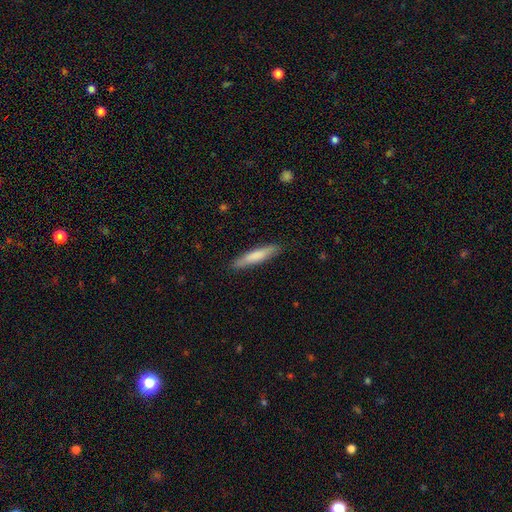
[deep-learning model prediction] Smooth or featured? smooth (75%)
How rounded? cigar-shaped (89%)
Merging? none (88%)